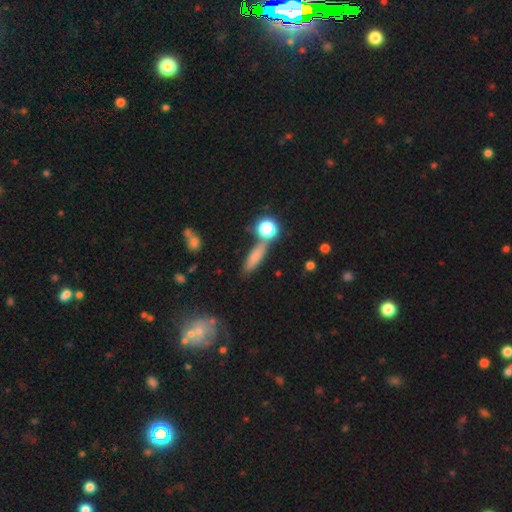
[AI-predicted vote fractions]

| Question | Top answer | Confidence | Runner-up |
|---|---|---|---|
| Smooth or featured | smooth | 72% | featured or disk (15%) |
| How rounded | cigar-shaped | 62% | in between (29%) |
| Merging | none | 64% | merger (16%) |